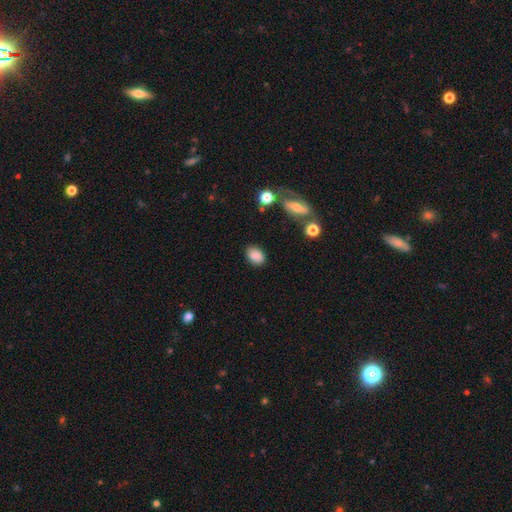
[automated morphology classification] smooth_or_featured: smooth (p=0.83) [alt: star or artifact p=0.09]
how_rounded: in between (p=0.81) [alt: round p=0.18]
merging: none (p=0.81) [alt: minor disturbance p=0.13]